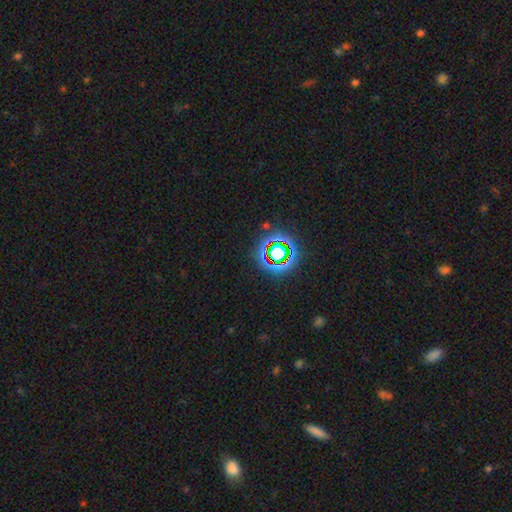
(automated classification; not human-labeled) smooth_or_featured: star or artifact (p=0.70) [alt: smooth p=0.20]